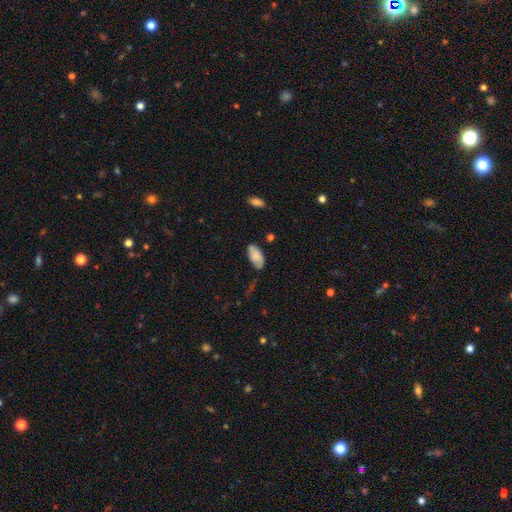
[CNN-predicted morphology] Smooth or featured?
  - smooth: 79% *
  - featured or disk: 14%
  - star or artifact: 7%
How rounded?
  - in between: 94% *
  - cigar-shaped: 4%
  - round: 2%
Merging?
  - none: 62% *
  - minor disturbance: 28%
  - major disturbance: 7%
  - merger: 3%